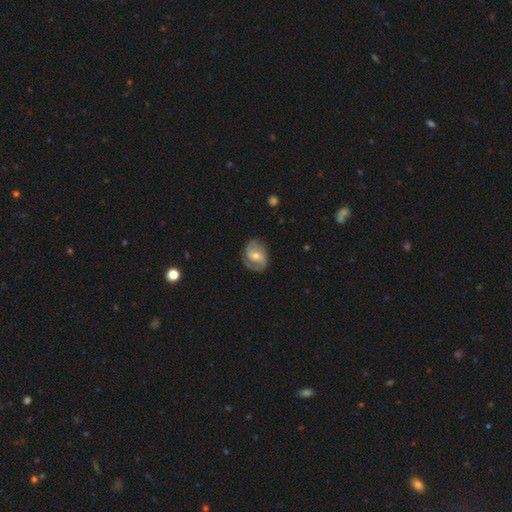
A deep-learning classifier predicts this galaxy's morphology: This is likely a featured or disk galaxy (74%). It is clearly not viewed edge-on (97%). Bar: marginally weak (45%). Spiral arm pattern: clearly yes (91%). Spiral arm count: clearly 2 (80%). Spiral winding: possibly medium (45%). Central bulge: possibly moderate (58%). Merging: likely none (76%).